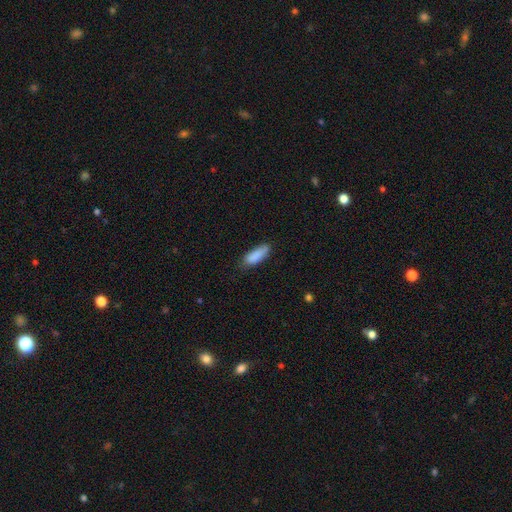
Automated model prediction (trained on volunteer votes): smooth_or_featured: smooth (p=0.86) [alt: star or artifact p=0.07]
how_rounded: in between (p=0.62) [alt: cigar-shaped p=0.37]
merging: none (p=0.69) [alt: minor disturbance p=0.24]